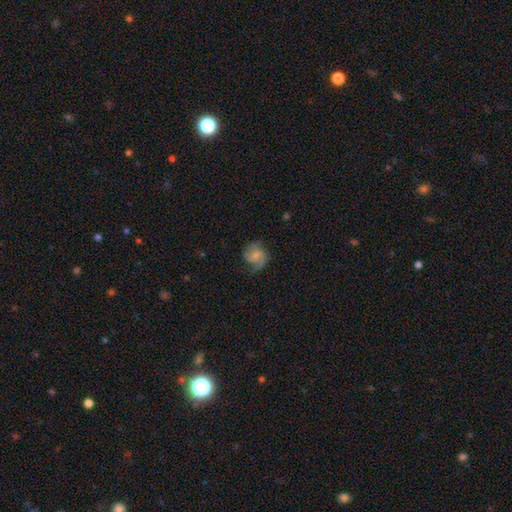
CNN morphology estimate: A featured or disk galaxy (64%) with a weak bar (47%), 2 (71%) medium (48%) spiral arms (91%) and a small central bulge (47%).

Vote fractions:
- Smooth or featured? featured or disk: 64% / smooth: 29% / star or artifact: 7%
- Edge-on disk? no: 98% / yes: 2%
- Bar? weak: 47% / no: 40% / strong: 12%
- Spiral arms? yes: 91% / no: 9%
- Spiral winding? medium: 48% / loose: 31% / tight: 22%
- Spiral arm count? 2: 71% / 1: 17% / can't tell: 8% / 3: 2% / 4: 1% / more than 4: 1%
- Bulge size? small: 47% / moderate: 32% / none: 15% / large: 4% / dominant: 1%
- Merging? none: 61% / minor disturbance: 23% / major disturbance: 15% / merger: 1%